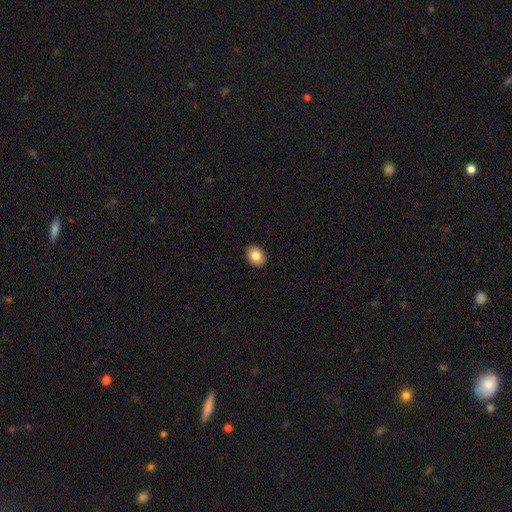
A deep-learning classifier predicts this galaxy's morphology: Q: Smooth or featured?
A: smooth (84%); runner-up: star or artifact (8%)
Q: How rounded?
A: in between (58%); runner-up: round (41%)
Q: Merging?
A: none (91%); runner-up: minor disturbance (7%)